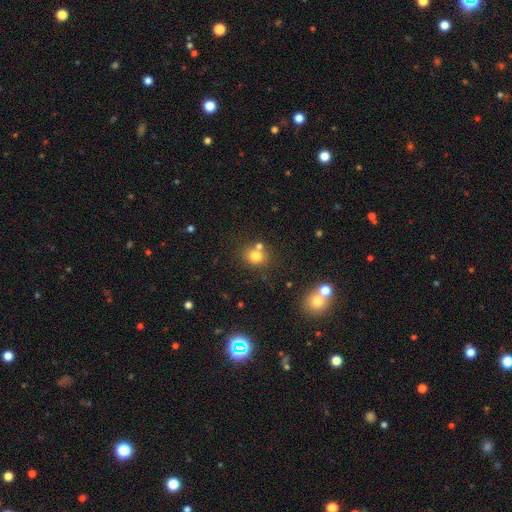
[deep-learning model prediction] A smooth galaxy with no disk features (77%) that is round (75%). Merging: none (64%).